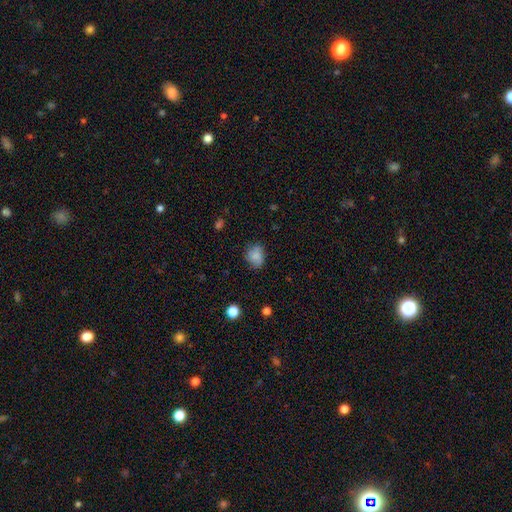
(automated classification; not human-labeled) smooth_or_featured: smooth (p=0.79) [alt: featured or disk p=0.11]
how_rounded: round (p=0.58) [alt: in between p=0.41]
merging: none (p=0.70) [alt: minor disturbance p=0.23]